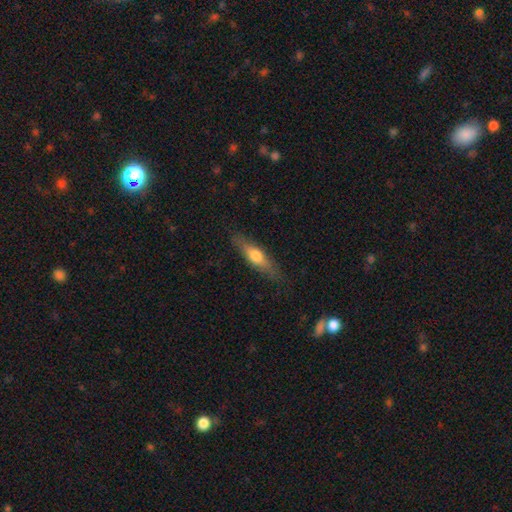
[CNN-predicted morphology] Smooth or featured: smooth — 59% (featured or disk — 35%)
How rounded: cigar-shaped — 61% (in between — 36%)
Merging: none — 80% (minor disturbance — 15%)